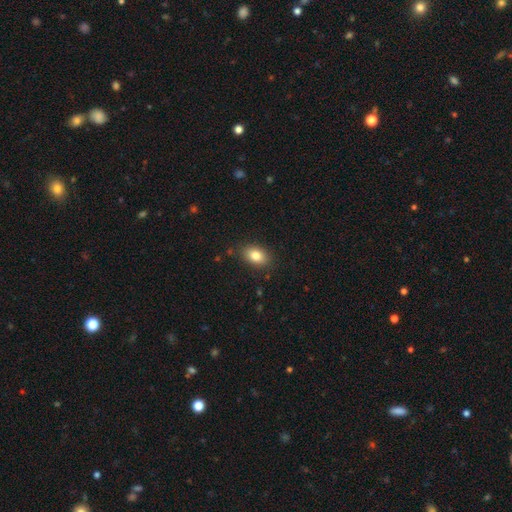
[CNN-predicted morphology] A smooth galaxy with no disk features (83%) that is in between round and cigar-shaped (84%).

Vote fractions:
- Smooth or featured? smooth: 83% / featured or disk: 9% / star or artifact: 9%
- How rounded? in between: 84% / round: 14% / cigar-shaped: 2%
- Merging? none: 86% / minor disturbance: 11% / major disturbance: 3% / merger: 1%